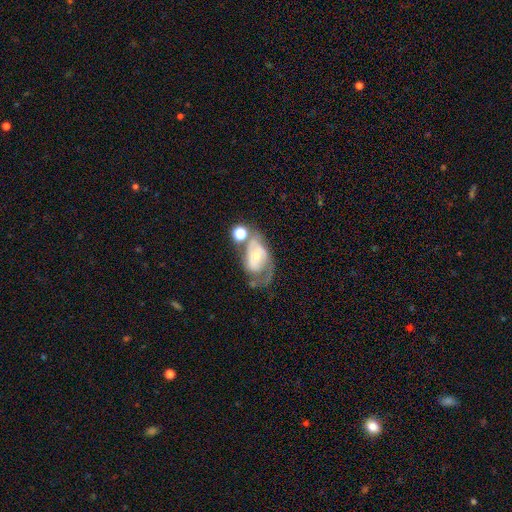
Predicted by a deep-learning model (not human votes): This appears to be a featured or disk galaxy (67%) with no bar (61%), spiral arms (72%) and a small central bulge (49%). Merging: none (31%).